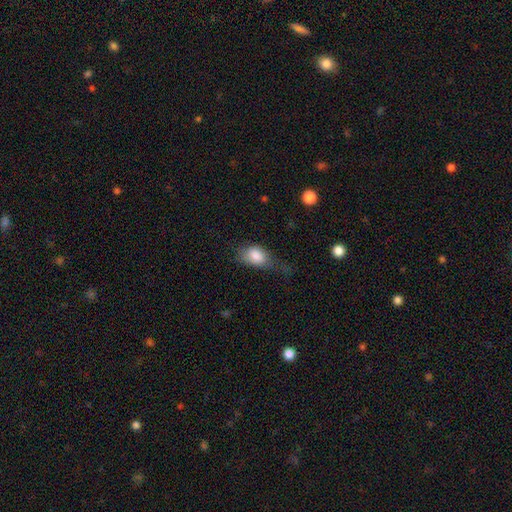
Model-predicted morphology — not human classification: Q: Smooth or featured?
A: smooth (82%); runner-up: featured or disk (10%)
Q: How rounded?
A: in between (84%); runner-up: round (13%)
Q: Merging?
A: minor disturbance (35%); runner-up: none (33%)